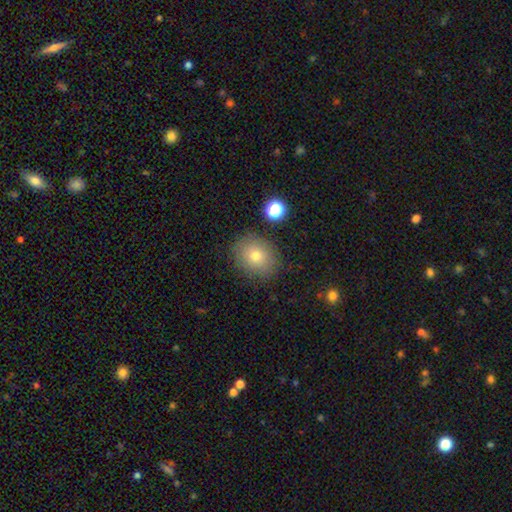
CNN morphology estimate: smooth_or_featured: smooth (p=0.75) [alt: featured or disk p=0.13]
how_rounded: round (p=0.59) [alt: in between p=0.40]
merging: none (p=0.84) [alt: minor disturbance p=0.10]